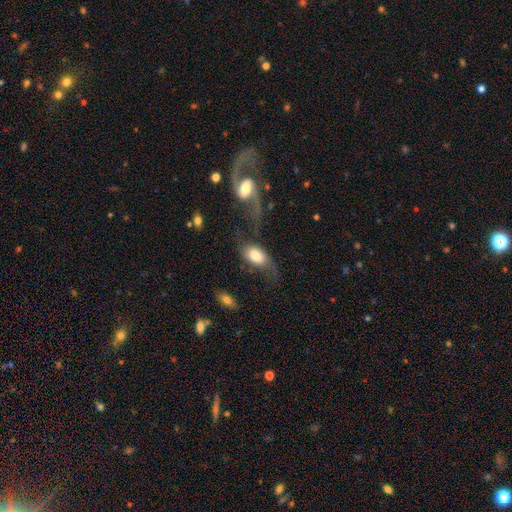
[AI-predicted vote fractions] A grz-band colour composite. It shows a smooth galaxy with no disk features (64%) that is in between round and cigar-shaped (89%). Merging: none (35%).